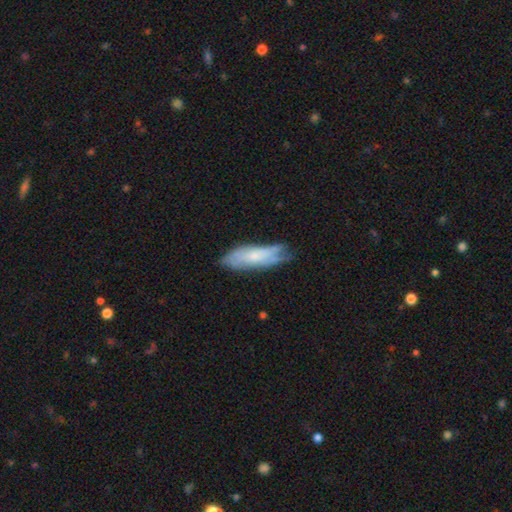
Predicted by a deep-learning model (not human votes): The model was most divided on "how rounded" (2-way tie): cigar-shaped: 49%, in between: 49%, round: 2%. More confident: merging — none (59%); smooth or featured — smooth (51%).